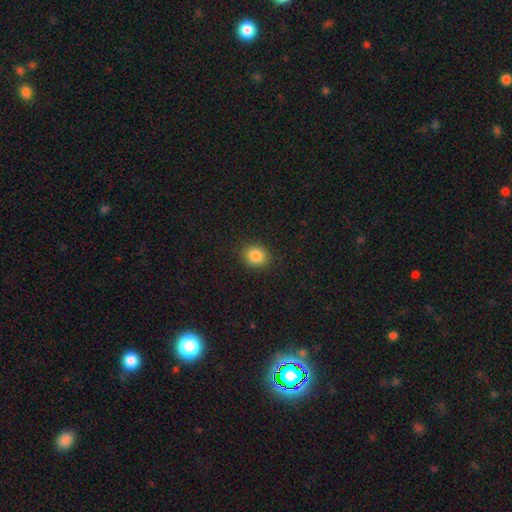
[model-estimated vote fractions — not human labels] smooth-or-featured: smooth: 86% | star or artifact: 10% | featured or disk: 4%
  how-rounded: round: 69% | in between: 30% | cigar-shaped: 1%
  merging: none: 89% | minor disturbance: 7% | major disturbance: 2% | merger: 1%